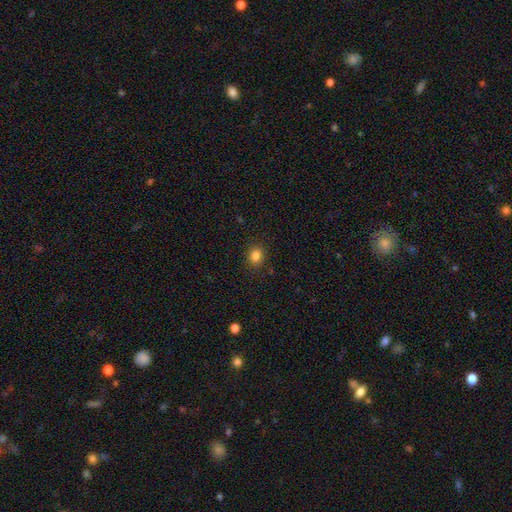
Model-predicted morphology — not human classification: This appears to be a smooth galaxy with no disk features (83%) that is round (65%). Merging: none (89%).